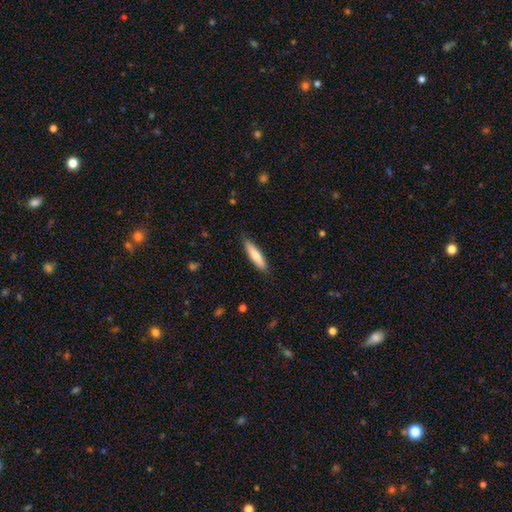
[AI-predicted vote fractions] Smooth or featured: smooth — 73% (featured or disk — 21%)
How rounded: cigar-shaped — 78% (in between — 21%)
Merging: none — 87% (minor disturbance — 10%)